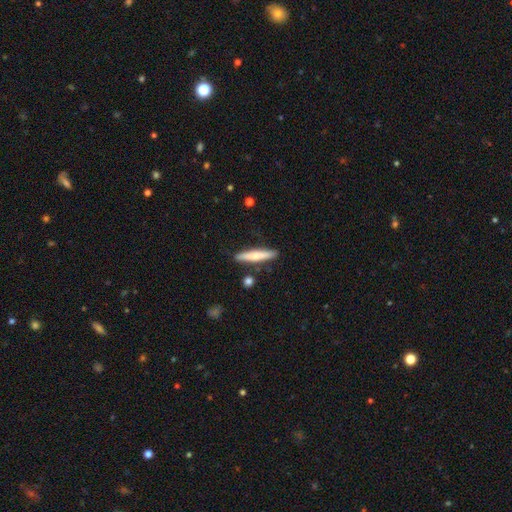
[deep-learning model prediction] This appears to be a smooth galaxy with no disk features (63%) that is cigar-shaped (91%). Merging: none (86%).